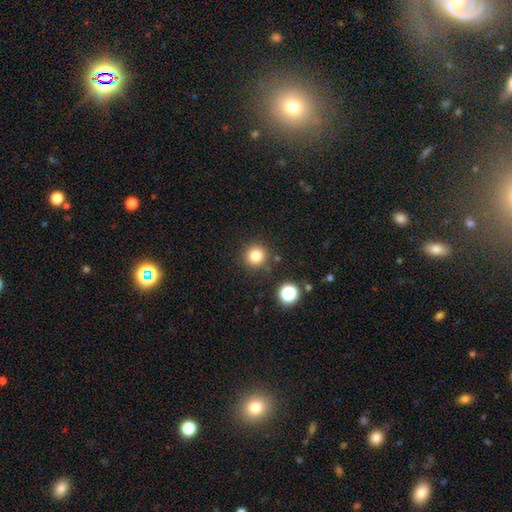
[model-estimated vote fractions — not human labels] A smooth galaxy with no disk features (81%) that is round (95%).

Vote fractions:
- Smooth or featured? smooth: 81% / star or artifact: 13% / featured or disk: 6%
- How rounded? round: 95% / in between: 4% / cigar-shaped: 1%
- Merging? none: 87% / minor disturbance: 7% / merger: 3% / major disturbance: 3%